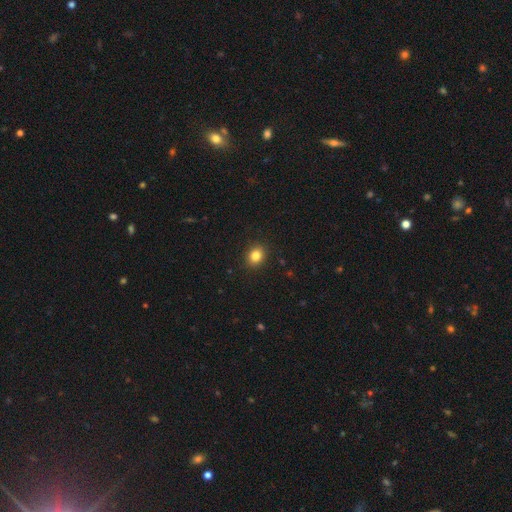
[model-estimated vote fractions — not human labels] Smooth or featured? Predicted: smooth (p=0.84). How rounded? Predicted: round (p=0.59). Merging? Predicted: none (p=0.90).